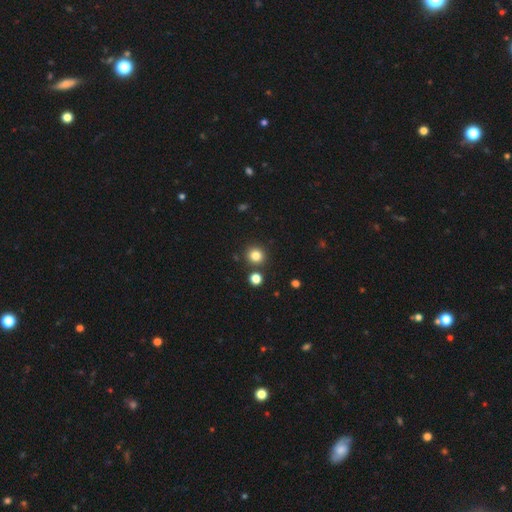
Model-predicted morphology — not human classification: Q: Smooth or featured?
A: smooth (82%); runner-up: star or artifact (13%)
Q: How rounded?
A: round (92%); runner-up: in between (7%)
Q: Merging?
A: none (86%); runner-up: merger (6%)